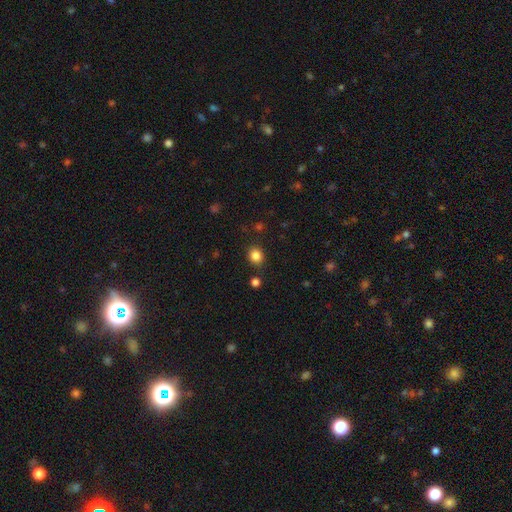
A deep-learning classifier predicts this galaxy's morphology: type=smooth (84%); roundness=round (72%); merging=none (85%).